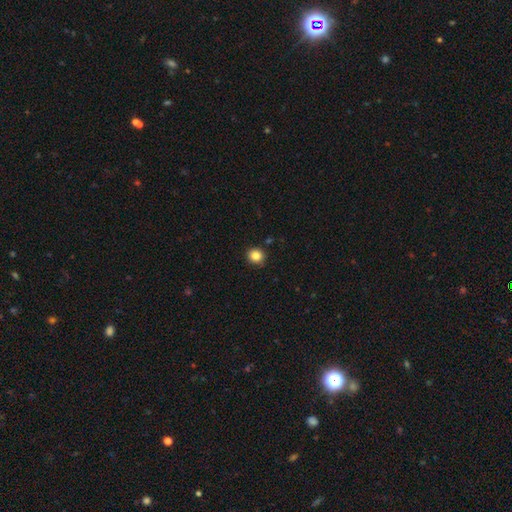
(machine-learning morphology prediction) Smooth or featured? Predicted: smooth (p=0.85). How rounded? Predicted: round (p=0.90). Merging? Predicted: none (p=0.89).